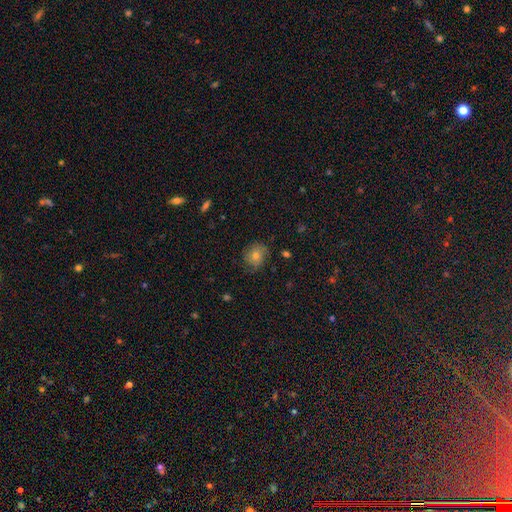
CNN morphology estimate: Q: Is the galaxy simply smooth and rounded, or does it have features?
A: smooth — 66%.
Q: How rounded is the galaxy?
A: round — 77%.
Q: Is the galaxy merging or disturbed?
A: none — 78%.